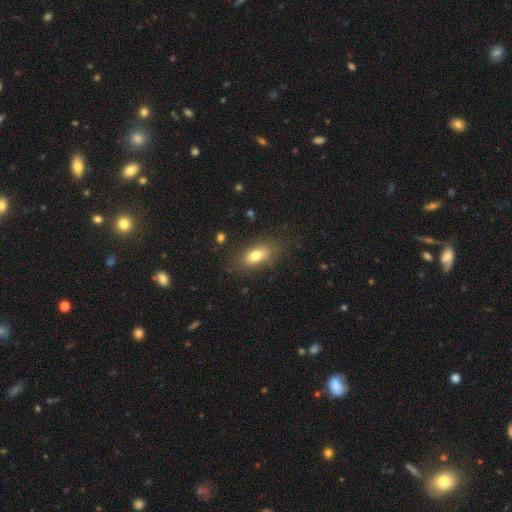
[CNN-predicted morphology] Smooth or featured? Predicted: smooth (p=0.78). How rounded? Predicted: in between (p=0.86). Merging? Predicted: none (p=0.78).